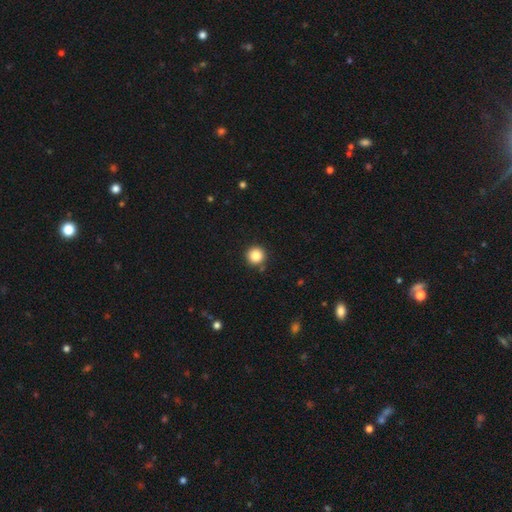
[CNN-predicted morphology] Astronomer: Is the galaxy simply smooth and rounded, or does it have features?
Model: smooth — 85%.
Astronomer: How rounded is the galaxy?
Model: round — 96%.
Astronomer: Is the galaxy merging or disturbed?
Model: none — 88%.